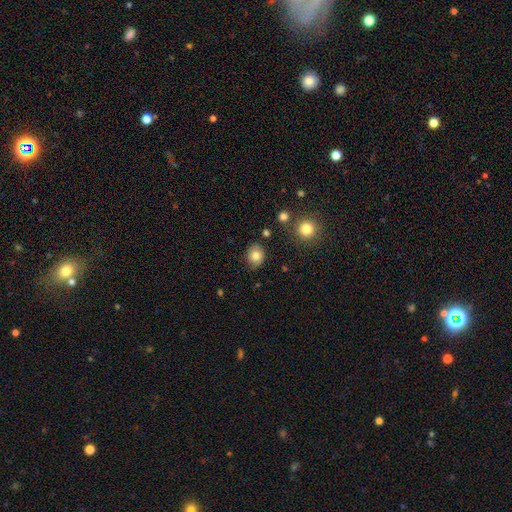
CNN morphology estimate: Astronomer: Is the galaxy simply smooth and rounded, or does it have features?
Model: smooth — 80%.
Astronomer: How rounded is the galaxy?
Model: round — 65%.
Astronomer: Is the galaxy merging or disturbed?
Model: none — 79%.